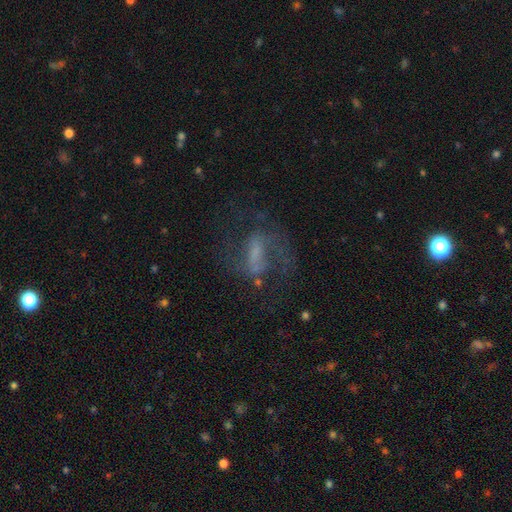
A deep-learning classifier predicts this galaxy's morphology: This appears to be a featured or disk galaxy (71%) with a weak bar (42%), 2 (76%) medium (48%) spiral arms (82%) and a small central bulge (33%, tied with none). Merging: none (55%).